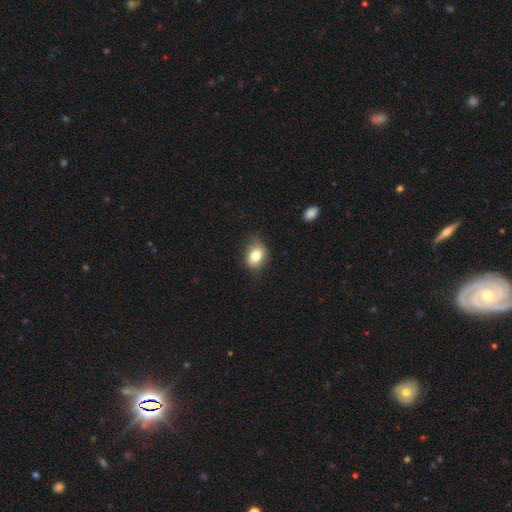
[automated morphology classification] Smooth or featured? smooth (80%)
How rounded? in between (64%)
Merging? none (74%)